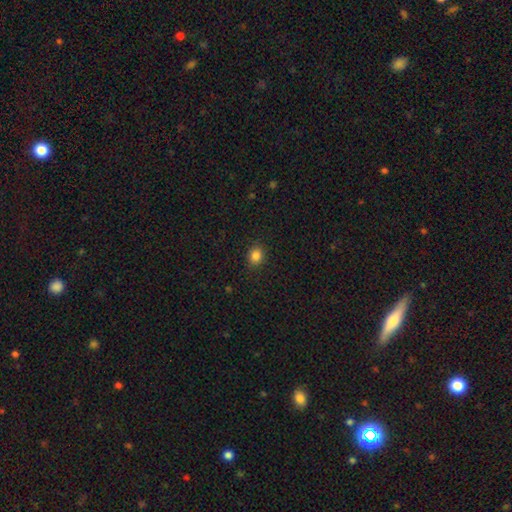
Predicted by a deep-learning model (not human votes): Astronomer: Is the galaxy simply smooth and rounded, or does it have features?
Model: smooth — 84%.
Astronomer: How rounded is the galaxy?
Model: round — 66%.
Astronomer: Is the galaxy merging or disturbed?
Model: none — 88%.